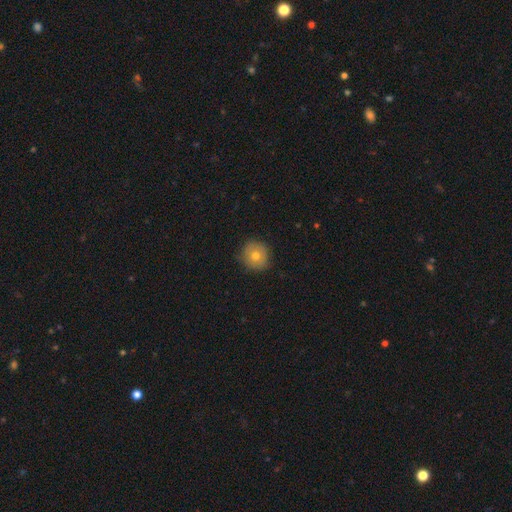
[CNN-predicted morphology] Smooth or featured? smooth (69%)
How rounded? round (92%)
Merging? none (84%)